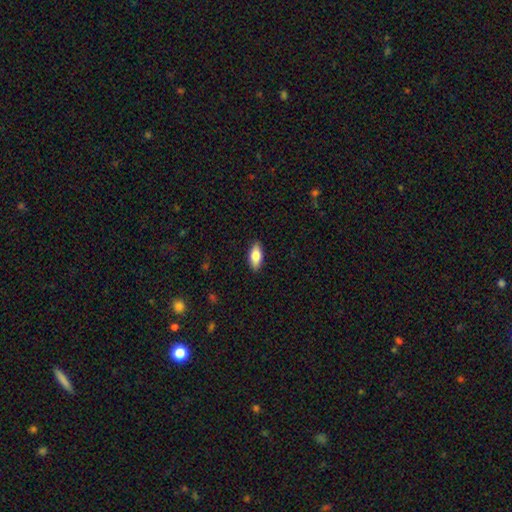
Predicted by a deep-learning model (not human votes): Q: Smooth or featured?
A: smooth (77%); runner-up: featured or disk (16%)
Q: How rounded?
A: in between (85%); runner-up: cigar-shaped (12%)
Q: Merging?
A: none (89%); runner-up: minor disturbance (8%)